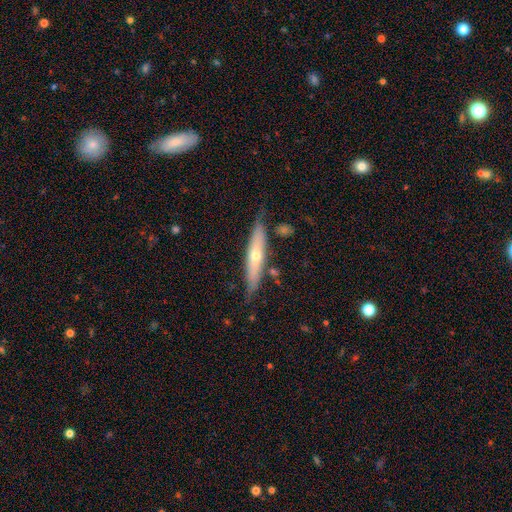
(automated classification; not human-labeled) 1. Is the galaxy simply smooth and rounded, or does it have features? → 55% featured or disk, 39% smooth, 6% star or artifact.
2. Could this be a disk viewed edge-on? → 77% yes, 23% no.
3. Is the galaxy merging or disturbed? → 76% none, 17% minor disturbance, 4% major disturbance, 4% merger.